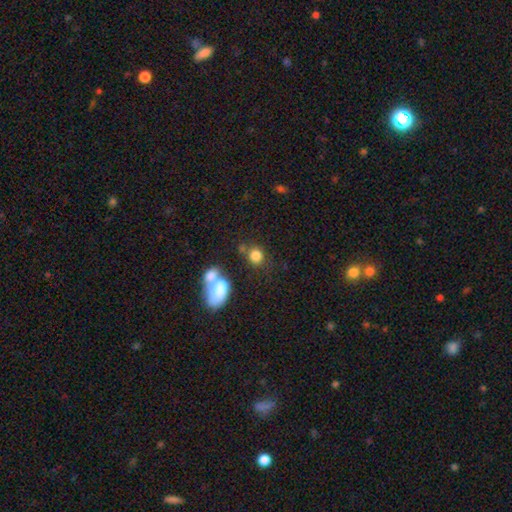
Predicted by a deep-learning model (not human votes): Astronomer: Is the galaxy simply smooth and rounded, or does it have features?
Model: smooth — 80%.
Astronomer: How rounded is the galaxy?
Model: round — 71%.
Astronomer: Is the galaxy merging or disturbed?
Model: none — 51% (runner-up: merger, 30%).